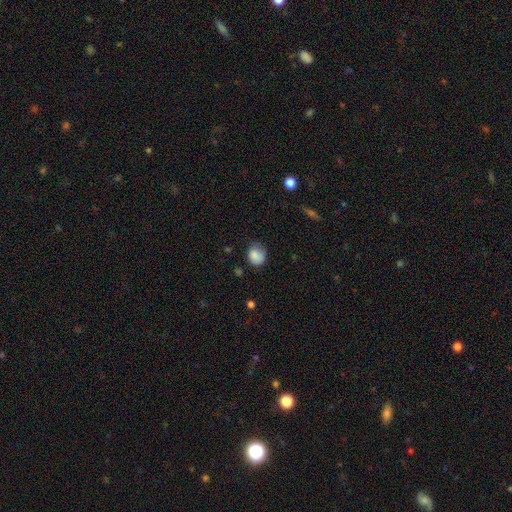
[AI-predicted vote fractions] A smooth galaxy with no disk features (84%) that is round (72%).

Vote fractions:
- Smooth or featured? smooth: 84% / star or artifact: 9% / featured or disk: 7%
- How rounded? round: 72% / in between: 27% / cigar-shaped: 1%
- Merging? none: 58% / minor disturbance: 30% / major disturbance: 10% / merger: 2%